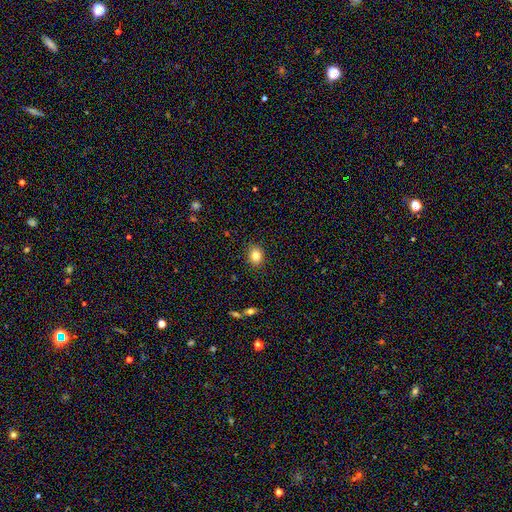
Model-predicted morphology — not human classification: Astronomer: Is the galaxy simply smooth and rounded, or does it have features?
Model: smooth — 82%.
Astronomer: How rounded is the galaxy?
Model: round — 55% (runner-up: in between, 44%).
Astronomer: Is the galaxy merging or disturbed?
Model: none — 89%.